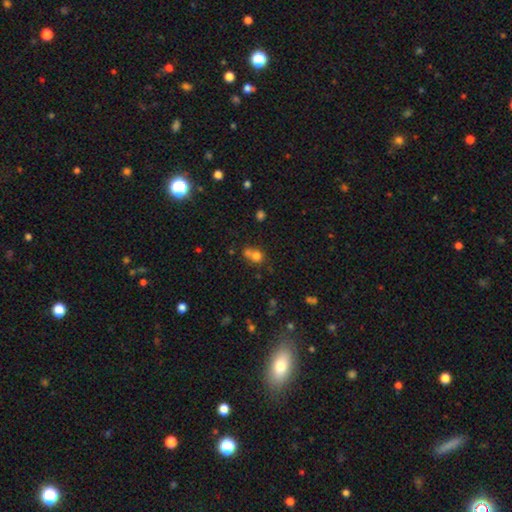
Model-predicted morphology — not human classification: Q: Smooth or featured?
A: smooth (74%); runner-up: star or artifact (14%)
Q: How rounded?
A: round (77%); runner-up: in between (22%)
Q: Merging?
A: merger (48%); runner-up: none (38%)